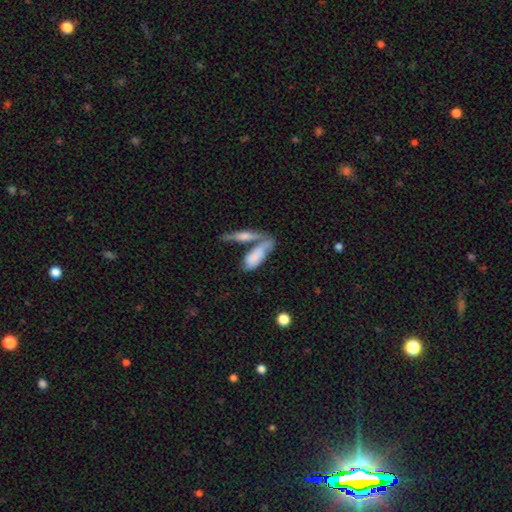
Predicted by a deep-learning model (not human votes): The model was most divided on "merging": merger: 47%, none: 30%, minor disturbance: 15%, major disturbance: 8%. More confident: smooth or featured — smooth (72%); how rounded — in between (66%).